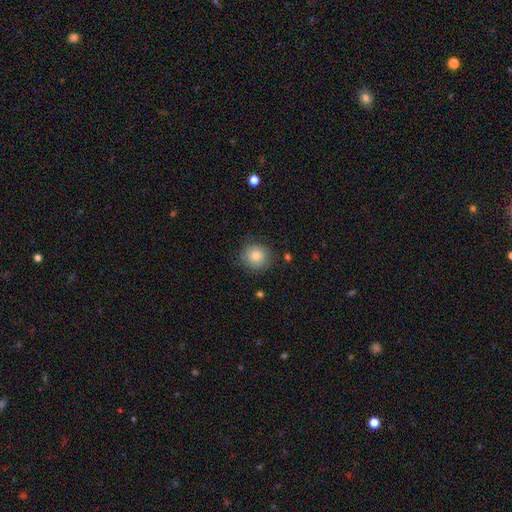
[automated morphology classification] smooth 76%, featured or disk 15%, star or artifact 9%. Down the decision tree: how rounded — round (91%); merging — none (79%).